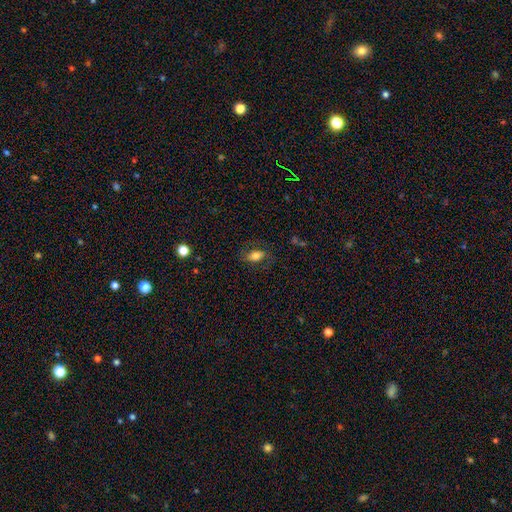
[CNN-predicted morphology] Smooth or featured?
  - smooth: 71% *
  - featured or disk: 20%
  - star or artifact: 9%
How rounded?
  - in between: 87% *
  - round: 8%
  - cigar-shaped: 5%
Merging?
  - none: 74% *
  - minor disturbance: 16%
  - major disturbance: 9%
  - merger: 1%